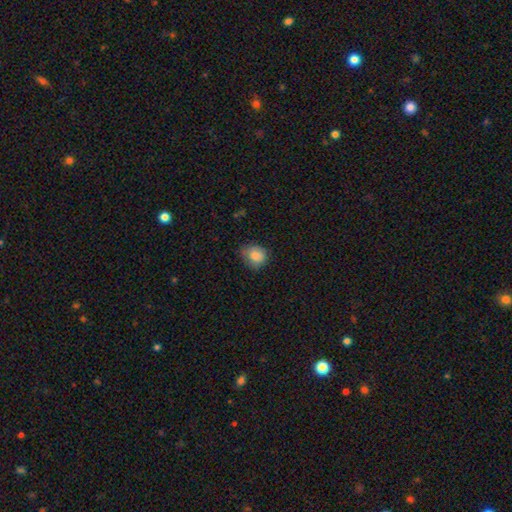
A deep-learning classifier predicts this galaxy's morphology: This is clearly a smooth galaxy (84%). How rounded: likely round (73%). Merging: likely none (64%).